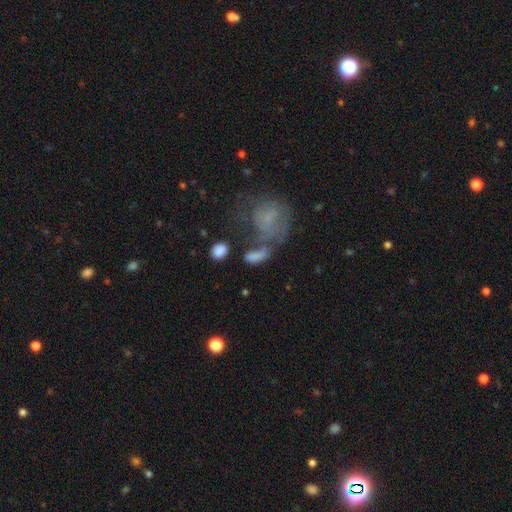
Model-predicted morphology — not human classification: This is likely a smooth galaxy (69%). How rounded: likely in between (74%). Merging: marginally none (36%).